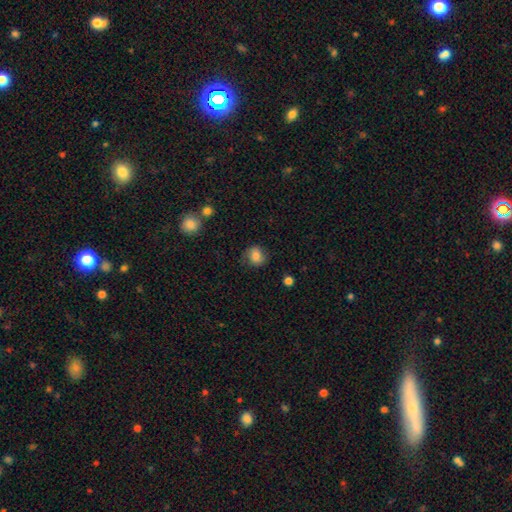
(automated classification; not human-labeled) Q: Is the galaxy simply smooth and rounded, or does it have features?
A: smooth — 79%.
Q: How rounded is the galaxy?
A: round — 71%.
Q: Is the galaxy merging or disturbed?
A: none — 75%.